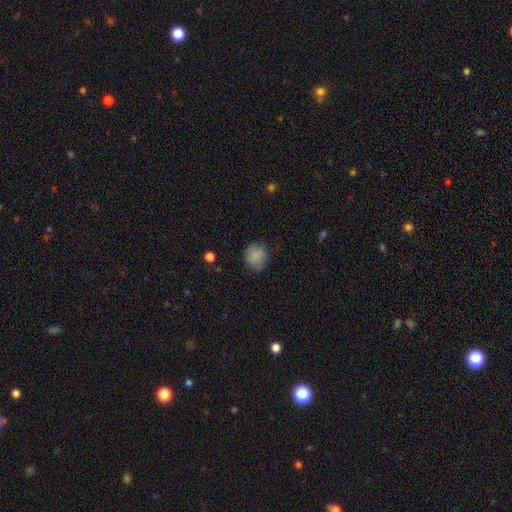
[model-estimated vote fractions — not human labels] smooth 85%, star or artifact 9%, featured or disk 7%. Down the decision tree: how rounded — round (76%); merging — none (77%).